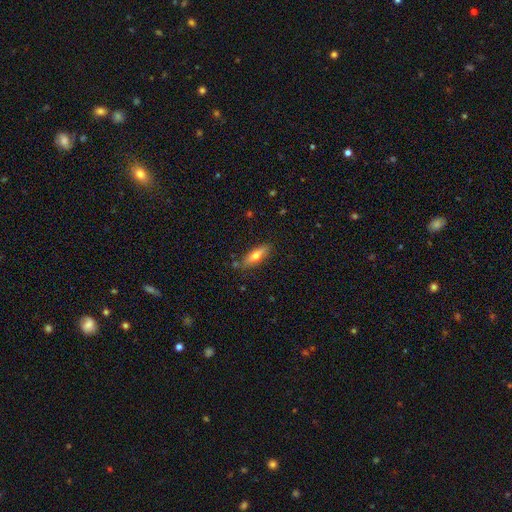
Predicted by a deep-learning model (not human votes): Smooth or featured?
  - smooth: 61% *
  - featured or disk: 33%
  - star or artifact: 7%
How rounded?
  - cigar-shaped: 50% *
  - in between: 47%
  - round: 3%
Merging?
  - none: 80% *
  - minor disturbance: 14%
  - merger: 3%
  - major disturbance: 3%